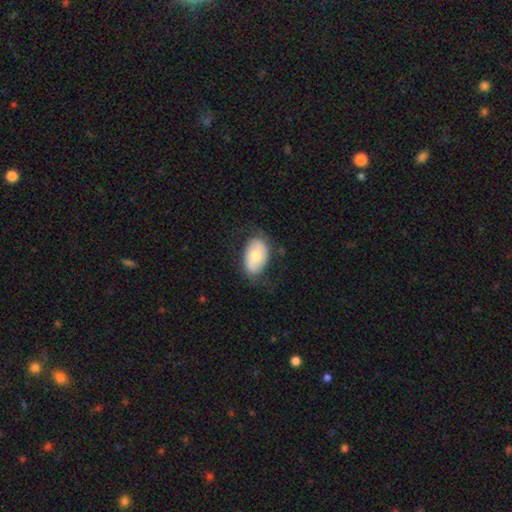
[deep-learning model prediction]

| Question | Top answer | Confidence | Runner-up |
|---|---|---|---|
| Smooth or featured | smooth | 63% | featured or disk (31%) |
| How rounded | in between | 92% | round (7%) |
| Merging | none | 69% | minor disturbance (21%) |